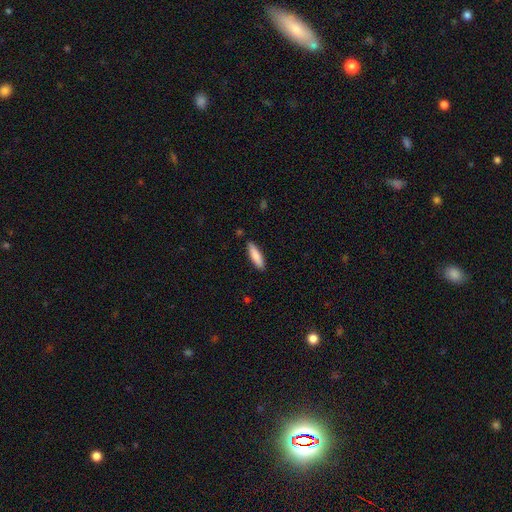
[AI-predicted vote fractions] smooth_or_featured: smooth (p=0.83) [alt: featured or disk p=0.11]
how_rounded: cigar-shaped (p=0.68) [alt: in between p=0.31]
merging: none (p=0.87) [alt: minor disturbance p=0.09]